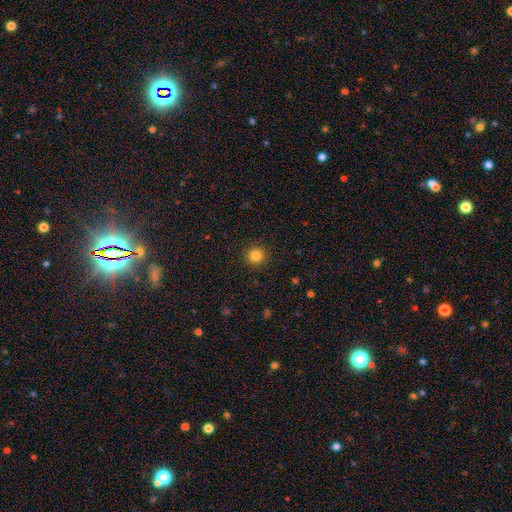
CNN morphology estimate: Smooth or featured?
  - smooth: 84% *
  - star or artifact: 12%
  - featured or disk: 5%
How rounded?
  - round: 94% *
  - in between: 5%
  - cigar-shaped: 1%
Merging?
  - none: 91% *
  - minor disturbance: 6%
  - major disturbance: 2%
  - merger: 1%